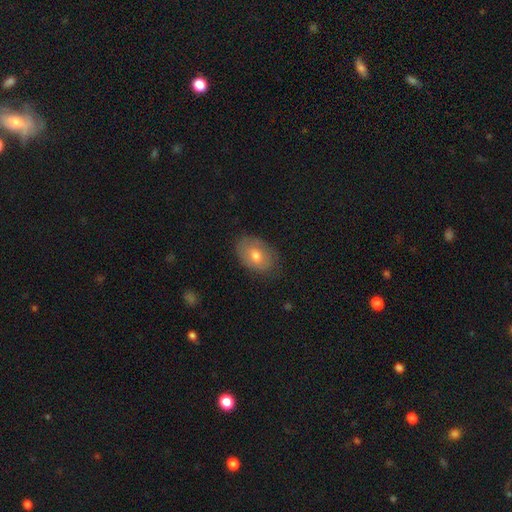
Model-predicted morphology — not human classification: Smooth or featured: smooth — 68% (featured or disk — 25%)
How rounded: in between — 84% (round — 15%)
Merging: none — 76% (minor disturbance — 19%)